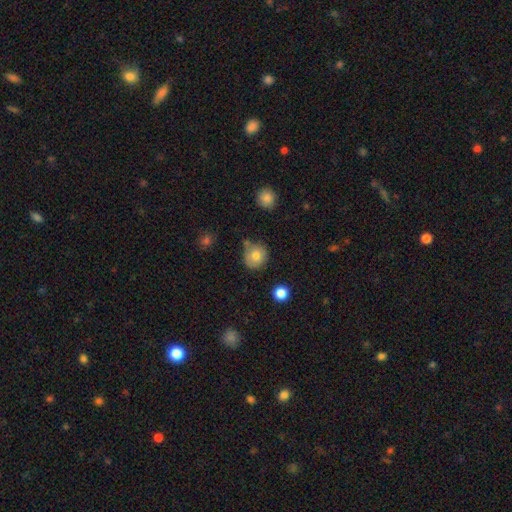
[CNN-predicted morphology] type=smooth (79%); roundness=round (88%); merging=none (66%).